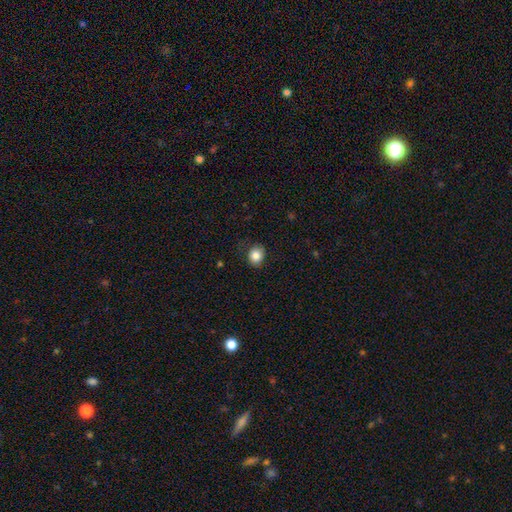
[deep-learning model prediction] A smooth galaxy with no disk features (84%) that is round (67%). Merging: none (82%).